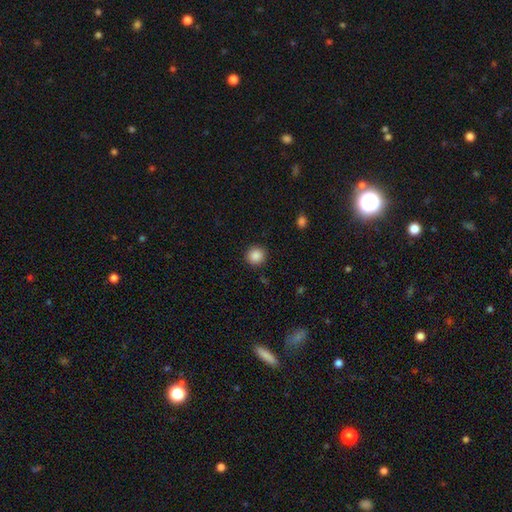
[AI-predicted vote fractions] Morphology: type=smooth (87%); roundness=round (94%); merging=none (91%).